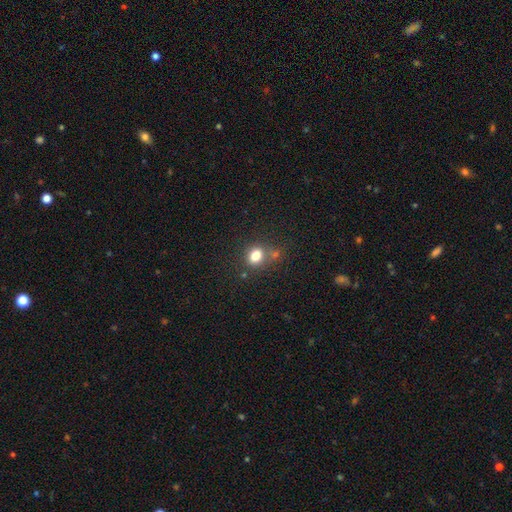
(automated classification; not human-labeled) smooth_or_featured: smooth (p=0.80) [alt: star or artifact p=0.12]
how_rounded: round (p=0.53) [alt: in between p=0.46]
merging: none (p=0.63) [alt: merger p=0.19]